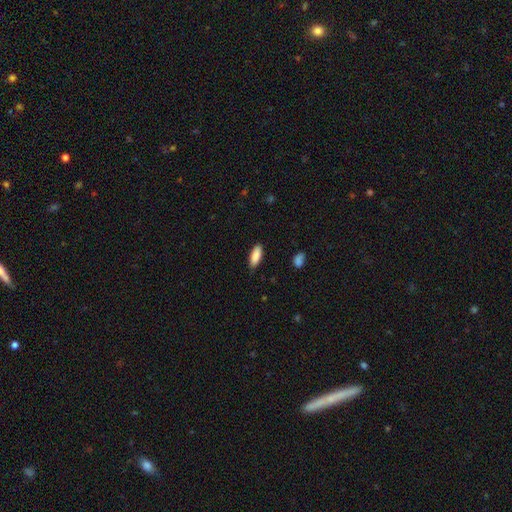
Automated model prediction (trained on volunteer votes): Morphology: type=smooth (89%); roundness=in between (76%); merging=none (83%).